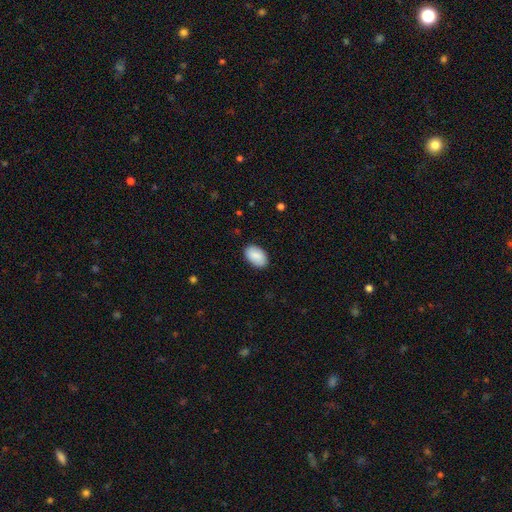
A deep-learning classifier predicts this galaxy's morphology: smooth_or_featured: smooth (p=0.88) [alt: star or artifact p=0.06]
how_rounded: in between (p=0.90) [alt: round p=0.09]
merging: none (p=0.87) [alt: minor disturbance p=0.10]